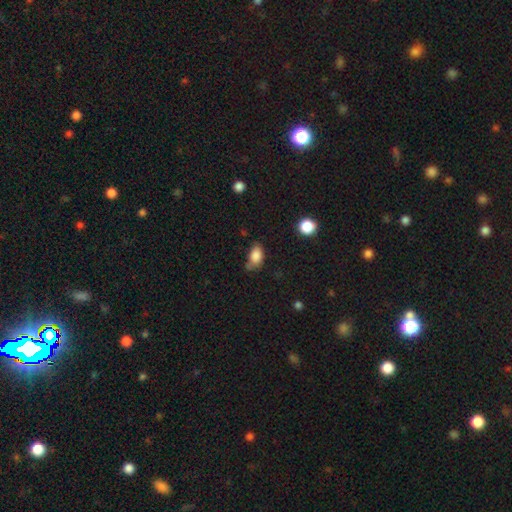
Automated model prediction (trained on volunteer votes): Smooth or featured? Predicted: smooth (p=0.85). How rounded? Predicted: in between (p=0.87). Merging? Predicted: none (p=0.53).